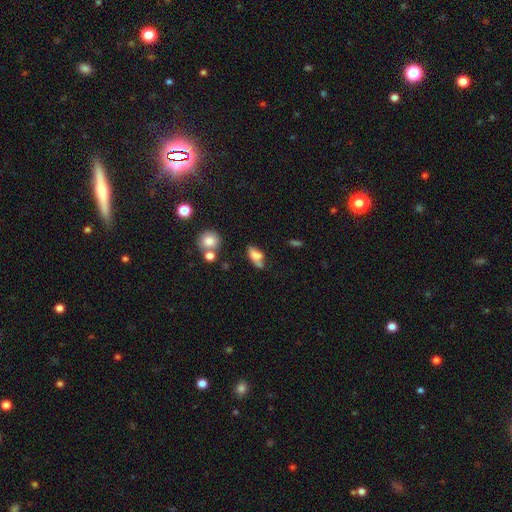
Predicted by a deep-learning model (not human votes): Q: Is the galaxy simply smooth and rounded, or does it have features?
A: smooth — 67%.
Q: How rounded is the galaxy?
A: in between — 76%.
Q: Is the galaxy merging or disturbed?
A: none — 40%.